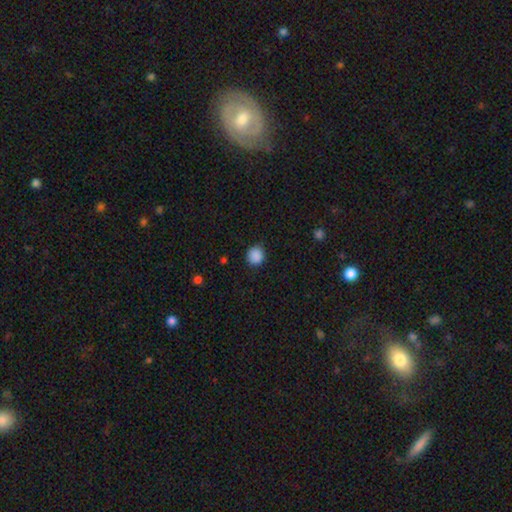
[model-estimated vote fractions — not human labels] Smooth or featured?
  - smooth: 88% *
  - star or artifact: 9%
  - featured or disk: 3%
How rounded?
  - round: 84% *
  - in between: 15%
  - cigar-shaped: 1%
Merging?
  - none: 86% *
  - minor disturbance: 11%
  - major disturbance: 3%
  - merger: 1%